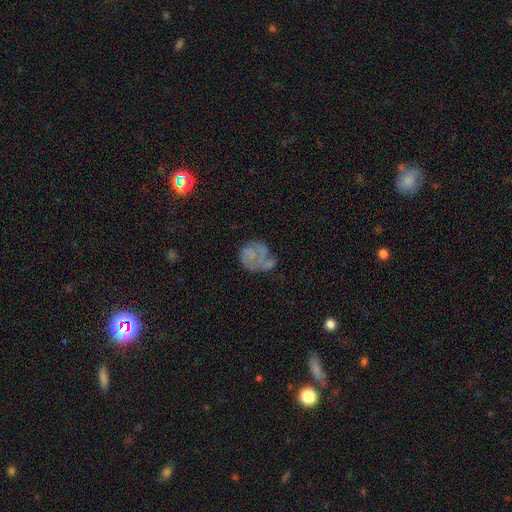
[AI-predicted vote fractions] Q: Smooth or featured?
A: featured or disk (48%); runner-up: smooth (37%)
Q: Merging?
A: none (44%); runner-up: major disturbance (26%)